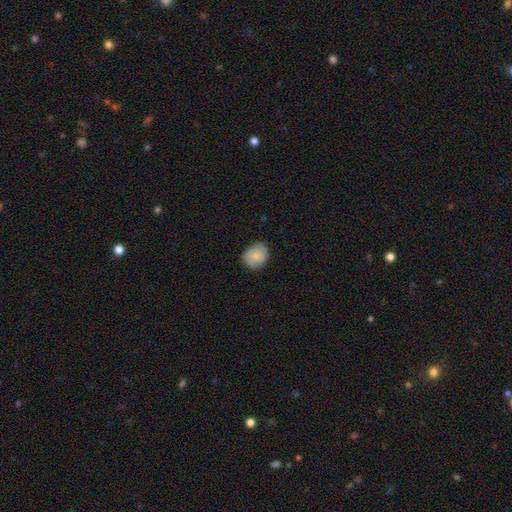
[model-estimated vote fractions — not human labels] This is likely a smooth galaxy (79%). How rounded: possibly round (58%). Merging: likely none (73%).